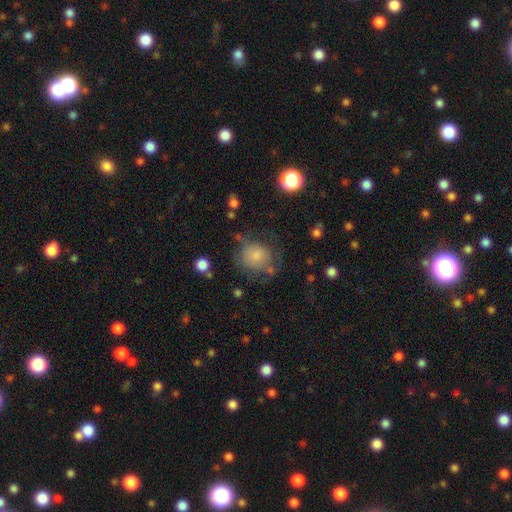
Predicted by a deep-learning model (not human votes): smooth_or_featured: smooth (p=0.74) [alt: featured or disk p=0.16]
how_rounded: round (p=0.77) [alt: in between p=0.22]
merging: none (p=0.56) [alt: minor disturbance p=0.24]